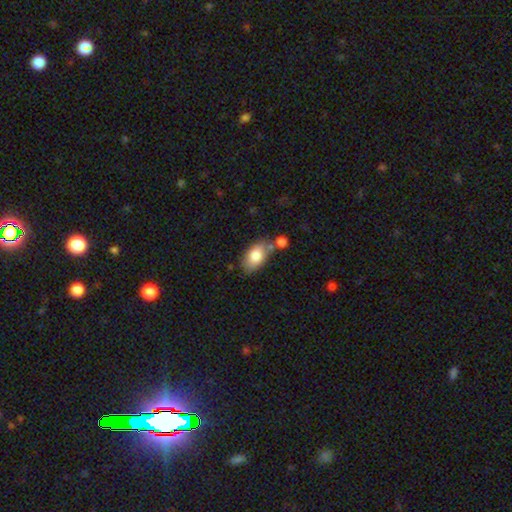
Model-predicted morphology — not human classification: smooth_or_featured: smooth (p=0.81) [alt: featured or disk p=0.12]
how_rounded: in between (p=0.92) [alt: round p=0.06]
merging: none (p=0.63) [alt: minor disturbance p=0.17]